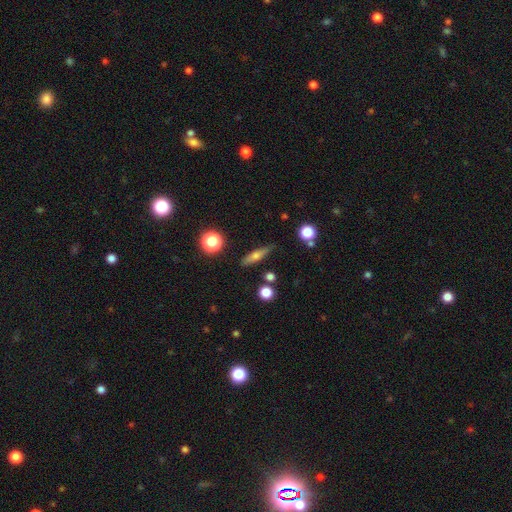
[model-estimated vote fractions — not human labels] A smooth galaxy with no disk features (49%).

Vote fractions:
- Smooth or featured? smooth: 49% / featured or disk: 42% / star or artifact: 9%
- Merging? none: 81% / minor disturbance: 13% / merger: 3% / major disturbance: 3%